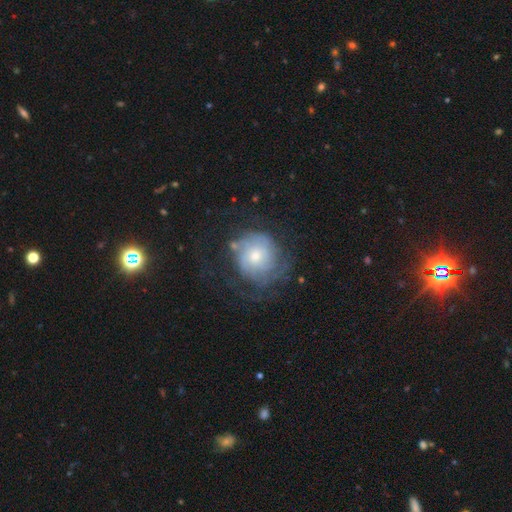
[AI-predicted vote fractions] Morphology: type=featured or disk (66%); edge-on=no (97%); bar=no (78%); spiral arms=yes (82%); winding=tight (59%); arm count=can't tell (51%); bulge=small (48%); merging=none (55%).